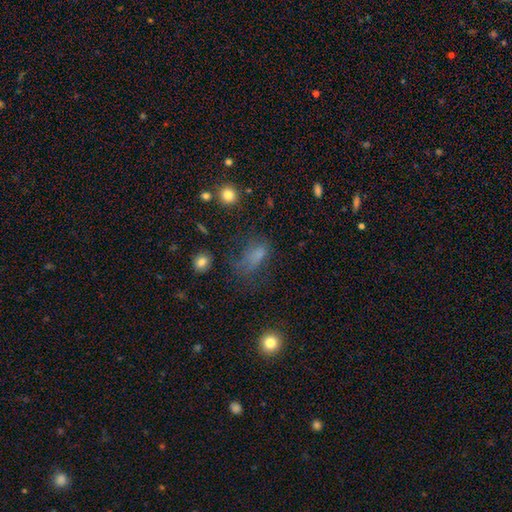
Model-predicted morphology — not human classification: This appears to be a smooth galaxy with no disk features (62%) that is in between round and cigar-shaped (79%). Merging: major disturbance (36%).